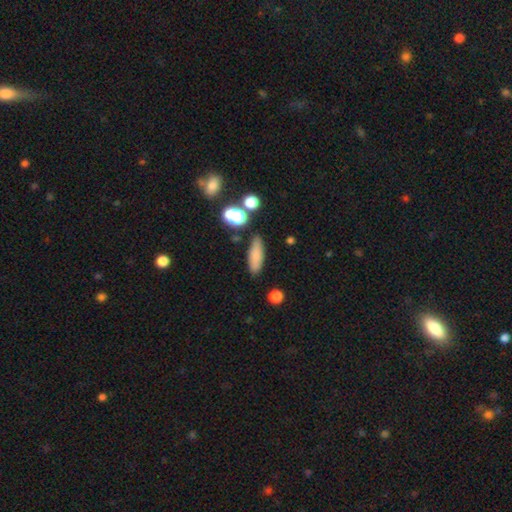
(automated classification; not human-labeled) smooth_or_featured: smooth (p=0.80) [alt: featured or disk p=0.10]
how_rounded: in between (p=0.51) [alt: cigar-shaped p=0.45]
merging: none (p=0.82) [alt: minor disturbance p=0.10]